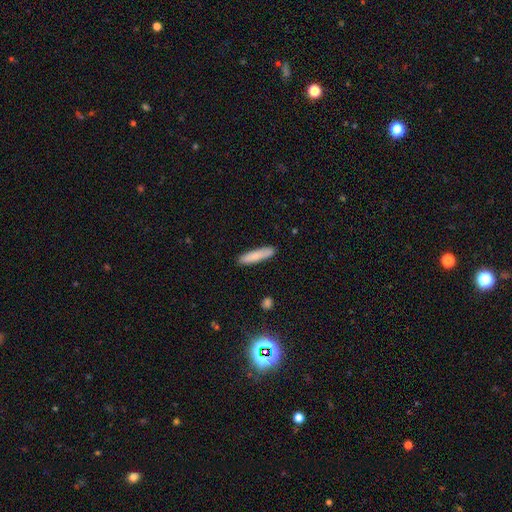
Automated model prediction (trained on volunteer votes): smooth 79%, featured or disk 15%, star or artifact 6%. Down the decision tree: how rounded — cigar-shaped (84%); merging — none (88%).